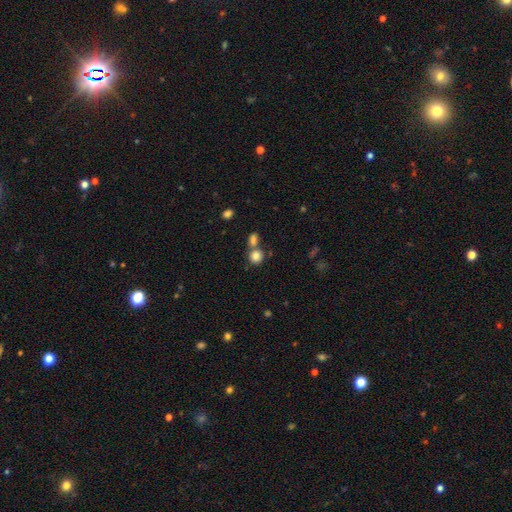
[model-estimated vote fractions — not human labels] Smooth or featured? Predicted: smooth (p=0.83). How rounded? Predicted: round (p=0.82). Merging? Predicted: none (p=0.52).